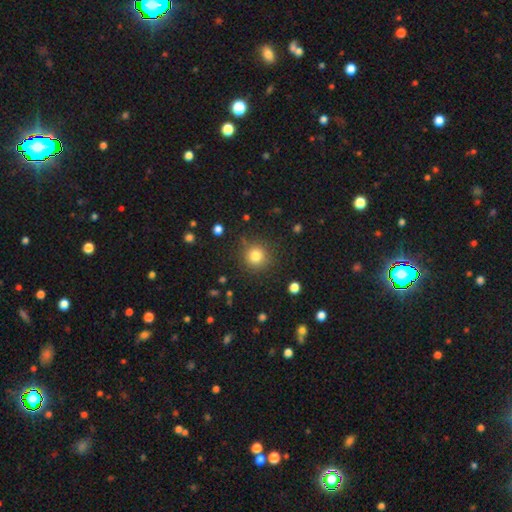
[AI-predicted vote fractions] Overall: smooth (80%). How rounded: round (93%). Merging: none (86%).